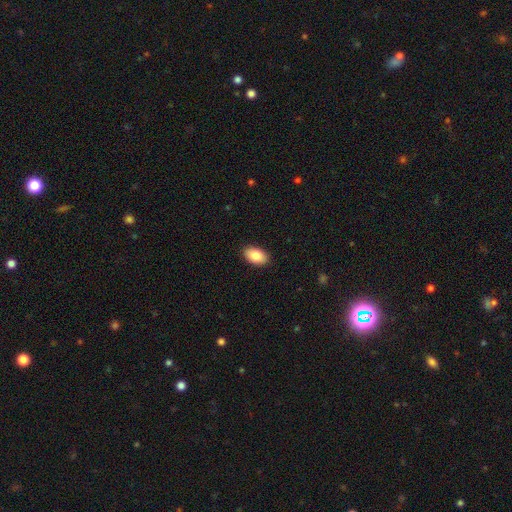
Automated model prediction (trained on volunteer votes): Smooth or featured? Predicted: smooth (p=0.85). How rounded? Predicted: in between (p=0.93). Merging? Predicted: none (p=0.90).